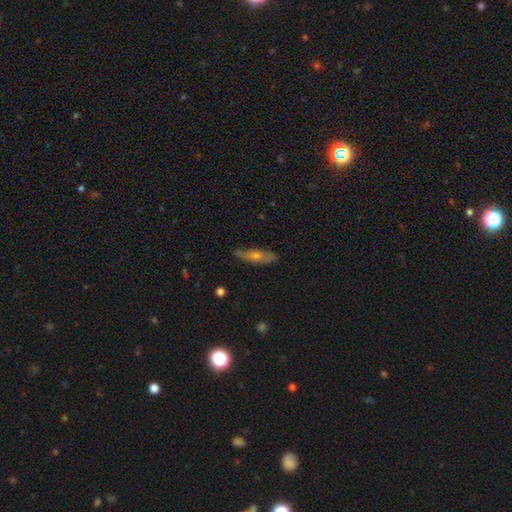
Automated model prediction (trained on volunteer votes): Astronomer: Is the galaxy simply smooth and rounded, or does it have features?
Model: featured or disk — 52% (runner-up: smooth, 39%).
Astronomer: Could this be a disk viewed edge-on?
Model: yes — 53% (runner-up: no, 47%).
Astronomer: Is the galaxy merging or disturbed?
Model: none — 74%.